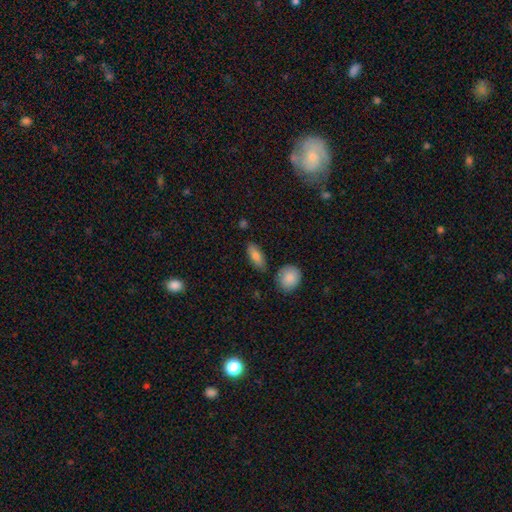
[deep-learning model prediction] Smooth or featured: smooth — 80% (featured or disk — 14%)
How rounded: in between — 74% (cigar-shaped — 23%)
Merging: none — 81% (minor disturbance — 11%)